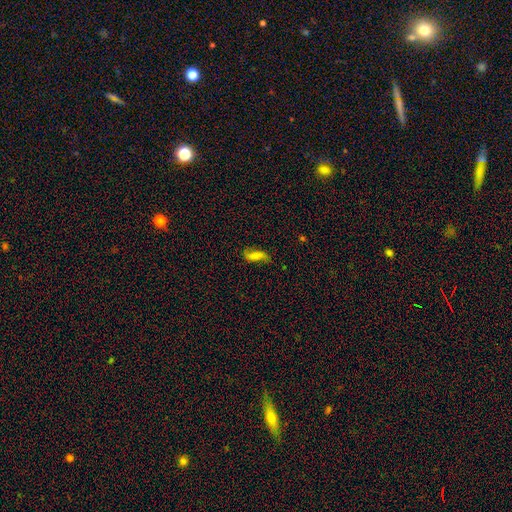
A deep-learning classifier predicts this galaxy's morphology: Overall: smooth (53%; featured or disk 37%). How rounded: in between (69%). Merging: none (65%).